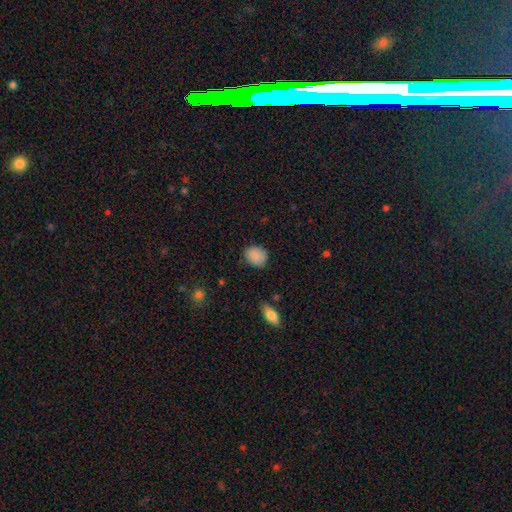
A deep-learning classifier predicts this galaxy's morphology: The model was most divided on "how rounded": round: 65%, in between: 34%, cigar-shaped: 1%. More confident: smooth or featured — smooth (88%); merging — none (80%).